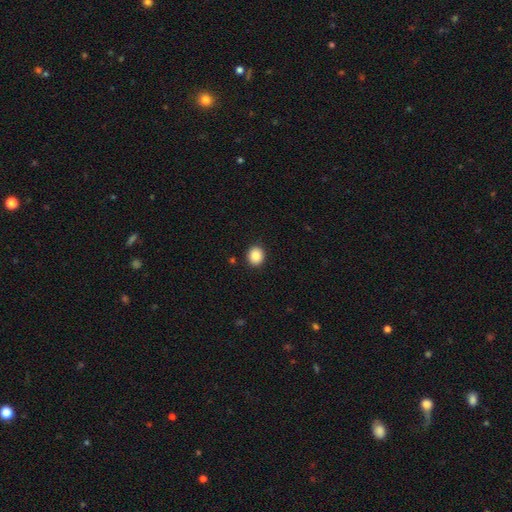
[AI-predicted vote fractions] Smooth or featured: smooth — 87% (star or artifact — 9%)
How rounded: round — 79% (in between — 20%)
Merging: none — 91% (minor disturbance — 6%)